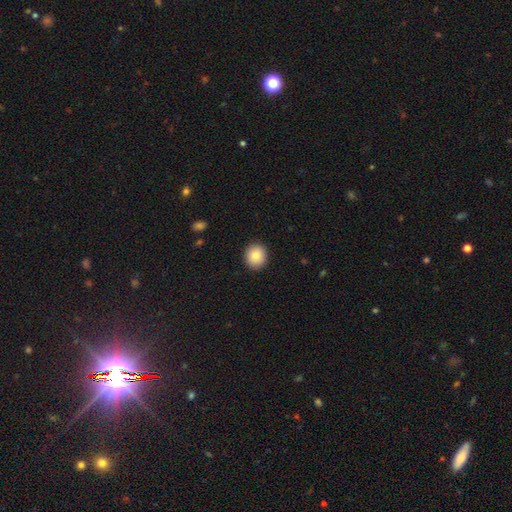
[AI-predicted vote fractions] smooth-or-featured: smooth: 86% | star or artifact: 8% | featured or disk: 6%
  how-rounded: round: 85% | in between: 14% | cigar-shaped: 1%
  merging: none: 91% | minor disturbance: 6% | major disturbance: 2% | merger: 1%